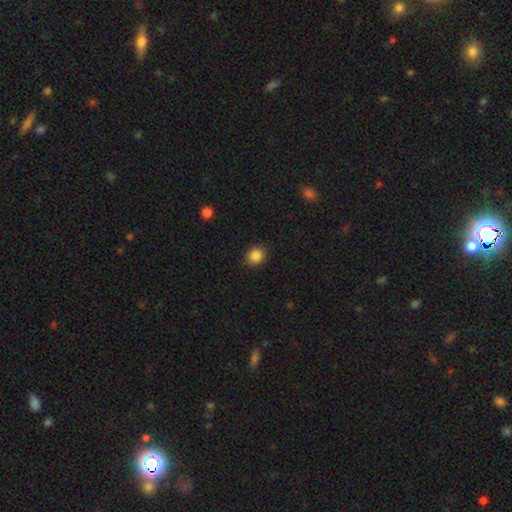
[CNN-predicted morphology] A smooth galaxy with no disk features (87%) that is round (74%).

Vote fractions:
- Smooth or featured? smooth: 87% / star or artifact: 10% / featured or disk: 3%
- How rounded? round: 74% / in between: 25% / cigar-shaped: 1%
- Merging? none: 89% / minor disturbance: 8% / major disturbance: 2% / merger: 1%